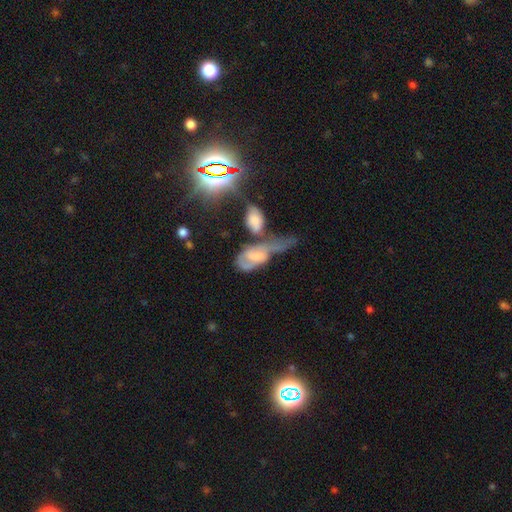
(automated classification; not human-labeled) Overall: featured or disk (50%; smooth 39%). Merging: merger (48%; major disturbance 27%).